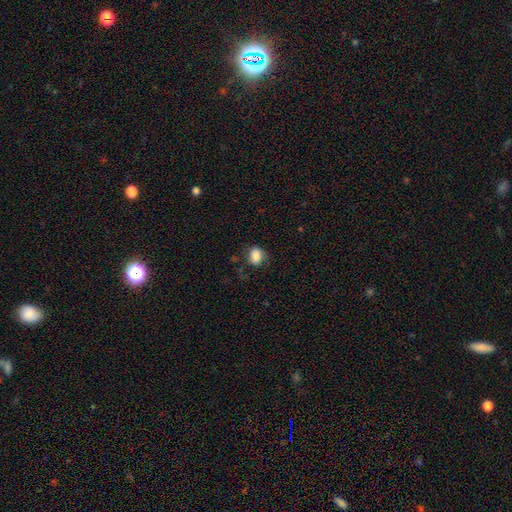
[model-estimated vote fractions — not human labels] Q: Smooth or featured?
A: smooth (85%); runner-up: star or artifact (9%)
Q: How rounded?
A: in between (54%); runner-up: round (45%)
Q: Merging?
A: none (69%); runner-up: minor disturbance (21%)